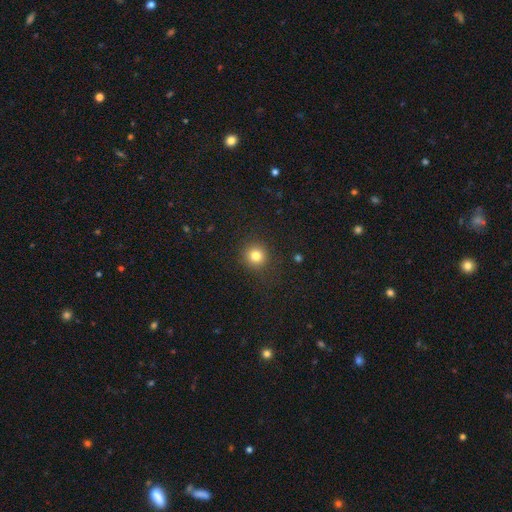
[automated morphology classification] This appears to be a smooth galaxy with no disk features (81%) that is round (93%). Merging: none (89%).